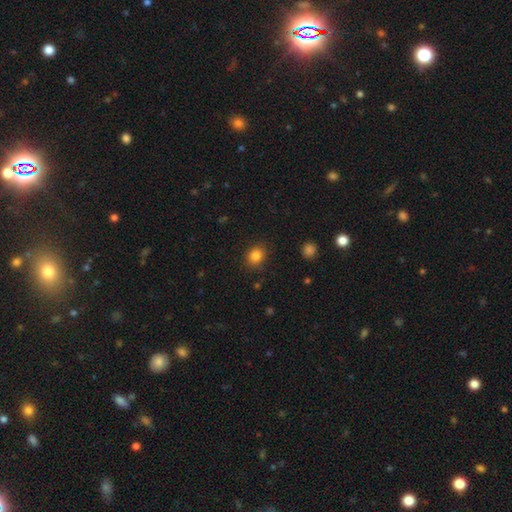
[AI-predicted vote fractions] A smooth galaxy with no disk features (84%) that is round (71%).

Vote fractions:
- Smooth or featured? smooth: 84% / star or artifact: 11% / featured or disk: 5%
- How rounded? round: 71% / in between: 28% / cigar-shaped: 1%
- Merging? none: 85% / minor disturbance: 11% / major disturbance: 3% / merger: 1%